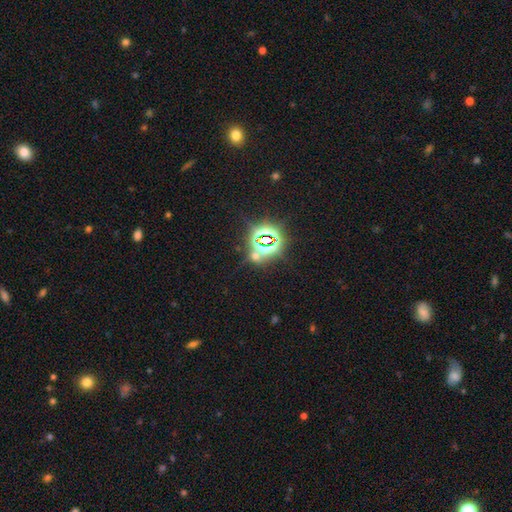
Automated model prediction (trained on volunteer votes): A star or artifact, not a galaxy (79%).

Vote fractions:
- Smooth or featured? star or artifact: 79% / smooth: 13% / featured or disk: 8%